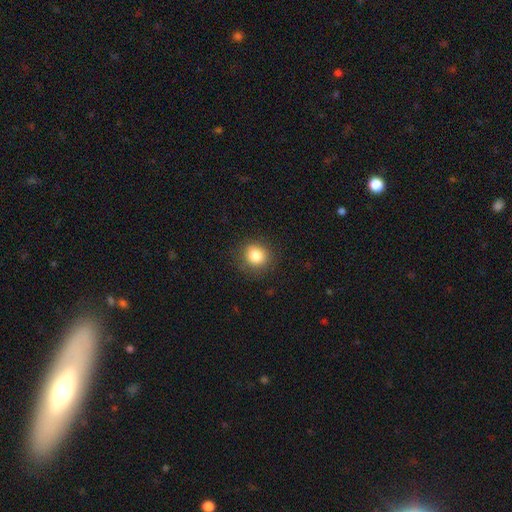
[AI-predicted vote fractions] Morphology: type=smooth (83%); roundness=round (86%); merging=none (87%).